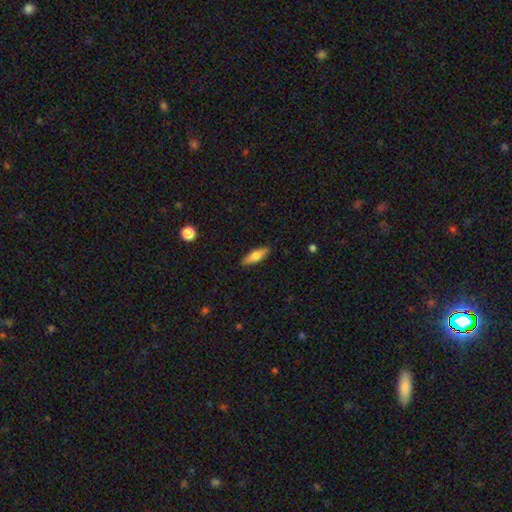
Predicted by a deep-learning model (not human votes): Q: Smooth or featured?
A: smooth (65%); runner-up: featured or disk (29%)
Q: How rounded?
A: cigar-shaped (49%); tied with: in between (49%)
Q: Merging?
A: none (89%); runner-up: minor disturbance (8%)